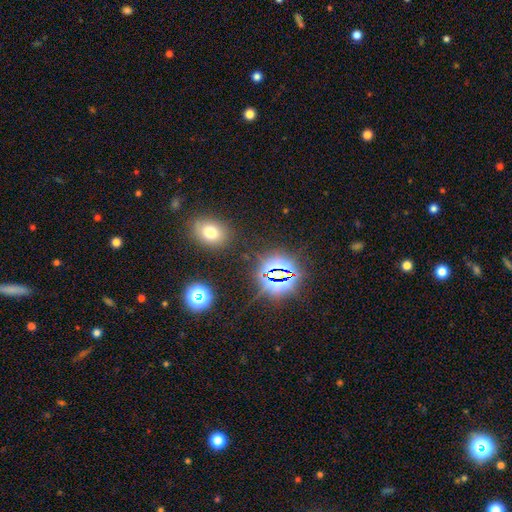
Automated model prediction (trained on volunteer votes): A star or artifact, not a galaxy (62%).